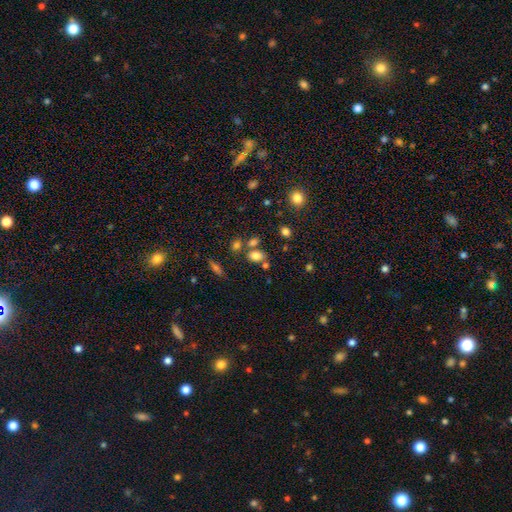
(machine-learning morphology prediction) Smooth or featured?
  - smooth: 76% *
  - star or artifact: 15%
  - featured or disk: 8%
How rounded?
  - in between: 74% *
  - round: 24%
  - cigar-shaped: 2%
Merging?
  - none: 60% *
  - merger: 23%
  - minor disturbance: 12%
  - major disturbance: 5%